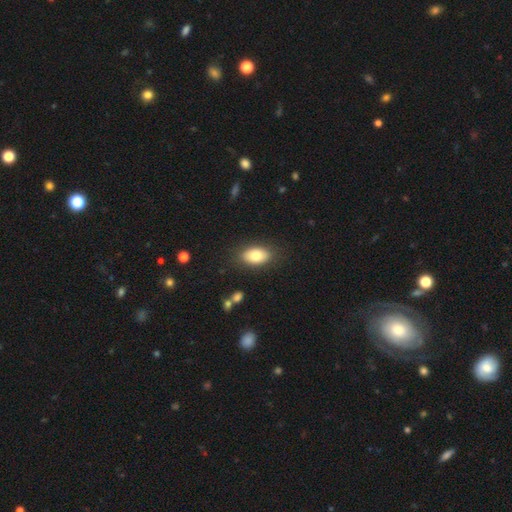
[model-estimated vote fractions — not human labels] smooth-or-featured: smooth: 80% | featured or disk: 12% | star or artifact: 8%
  how-rounded: in between: 90% | round: 8% | cigar-shaped: 2%
  merging: none: 85% | minor disturbance: 11% | major disturbance: 3% | merger: 2%